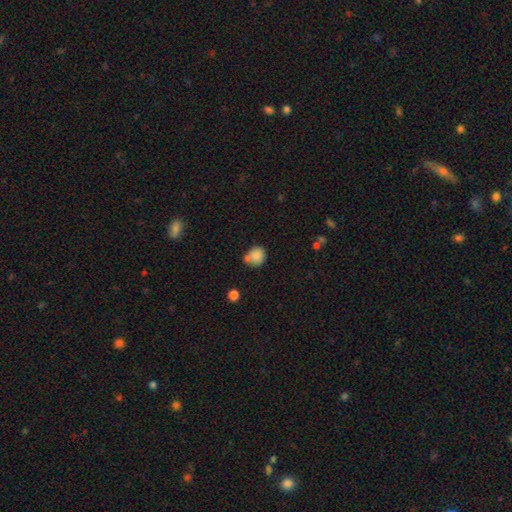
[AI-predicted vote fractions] smooth_or_featured: smooth (p=0.82) [alt: star or artifact p=0.09]
how_rounded: round (p=0.74) [alt: in between p=0.25]
merging: none (p=0.50) [alt: minor disturbance p=0.22]